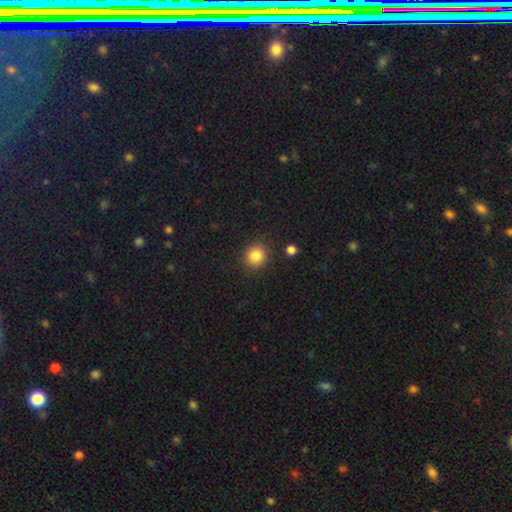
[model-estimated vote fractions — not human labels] This appears to be a smooth galaxy with no disk features (85%) that is round (85%). Merging: none (88%).